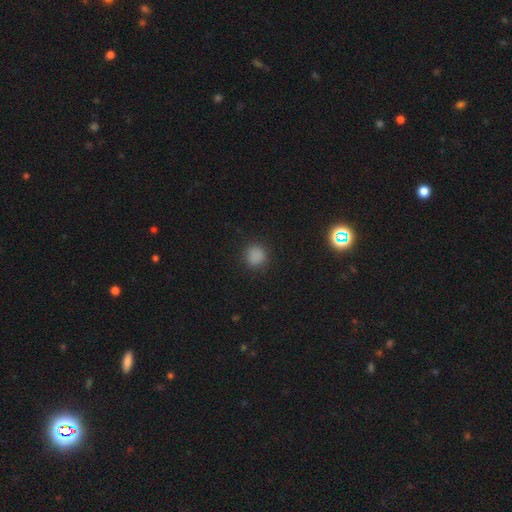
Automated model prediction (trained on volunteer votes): A smooth galaxy with no disk features (83%) that is round (86%). Merging: none (86%).